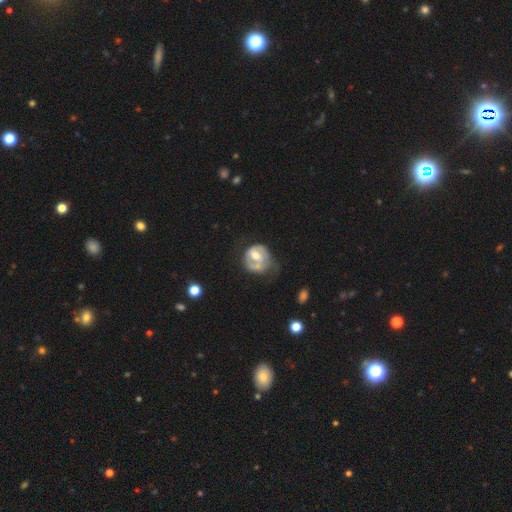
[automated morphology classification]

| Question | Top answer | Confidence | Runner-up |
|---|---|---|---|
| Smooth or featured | featured or disk | 59% | smooth (35%) |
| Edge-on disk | no | 97% | yes (3%) |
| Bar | no | 46% | weak (39%) |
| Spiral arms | yes | 52% | no (48%) |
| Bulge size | moderate | 67% | small (19%) |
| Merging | none | 35% | minor disturbance (30%) |